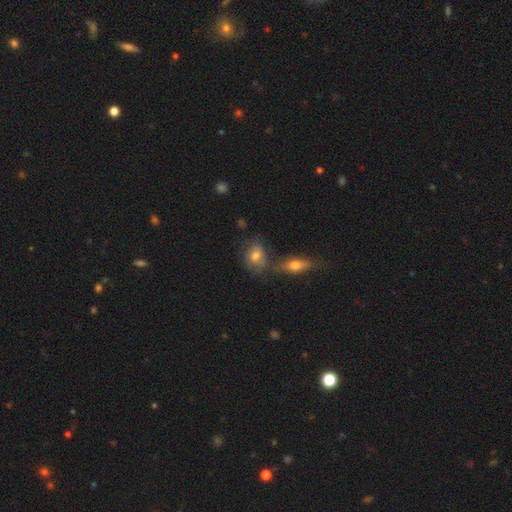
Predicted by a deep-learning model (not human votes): A smooth galaxy with no disk features (64%) that is in between round and cigar-shaped (61%). Merging: none (48%).